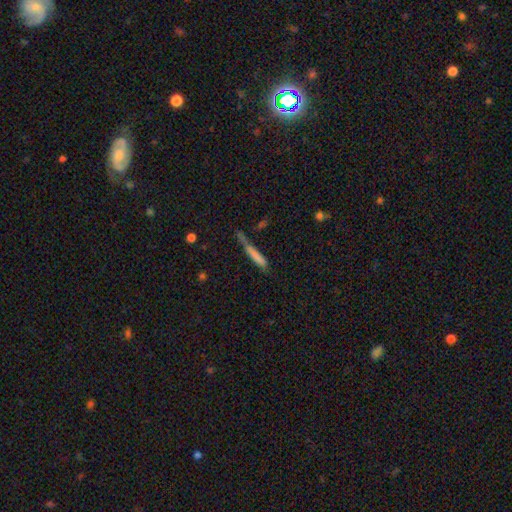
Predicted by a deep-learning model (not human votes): Morphology: type=smooth (71%); roundness=cigar-shaped (91%); merging=none (51%).